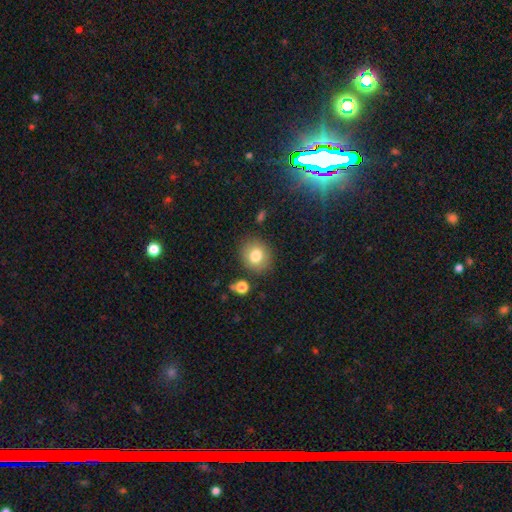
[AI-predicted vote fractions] Smooth or featured? smooth (79%)
How rounded? round (74%)
Merging? none (84%)